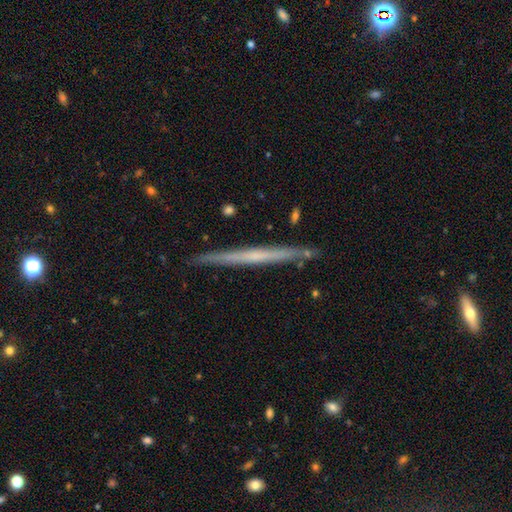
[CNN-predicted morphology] smooth-or-featured: featured or disk: 60% | smooth: 34% | star or artifact: 6%
  disk-edge-on: yes: 97% | no: 3%
    edge-on-bulge: none: 82% | rounded: 13% | boxy: 5%
  merging: none: 88% | minor disturbance: 8% | merger: 2% | major disturbance: 1%